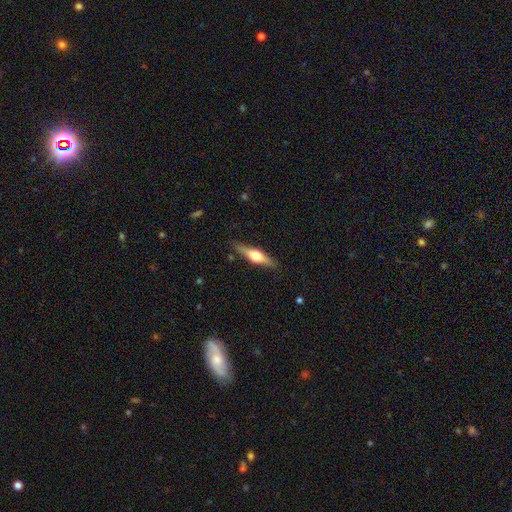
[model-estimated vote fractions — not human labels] smooth_or_featured: featured or disk (p=0.60) [alt: smooth p=0.34]
disk_edge_on: yes (p=0.95) [alt: no p=0.05]
edge_on_bulge: rounded (p=0.93) [alt: boxy p=0.05]
merging: none (p=0.85) [alt: minor disturbance p=0.11]